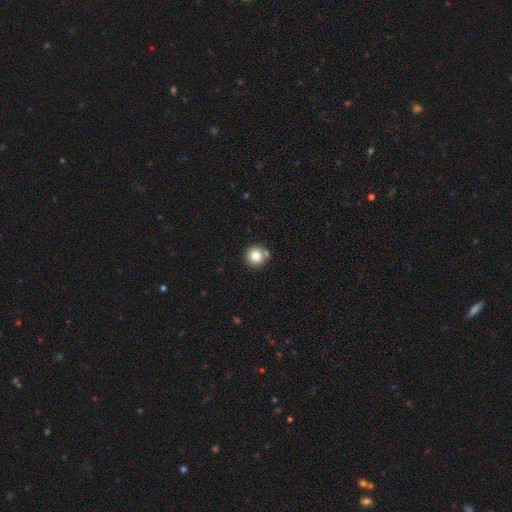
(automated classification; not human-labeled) Smooth or featured? smooth (81%)
How rounded? round (95%)
Merging? none (79%)